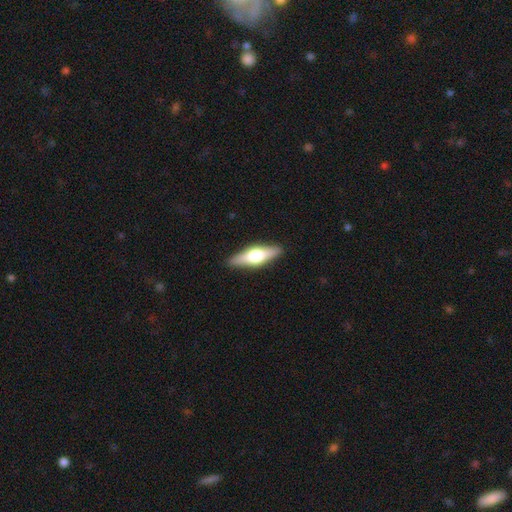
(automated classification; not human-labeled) Q: Smooth or featured?
A: featured or disk (56%); runner-up: smooth (38%)
Q: Edge-on disk?
A: yes (95%); runner-up: no (5%)
Q: Edge-on bulge?
A: rounded (92%); runner-up: boxy (6%)
Q: Merging?
A: none (89%); runner-up: minor disturbance (8%)